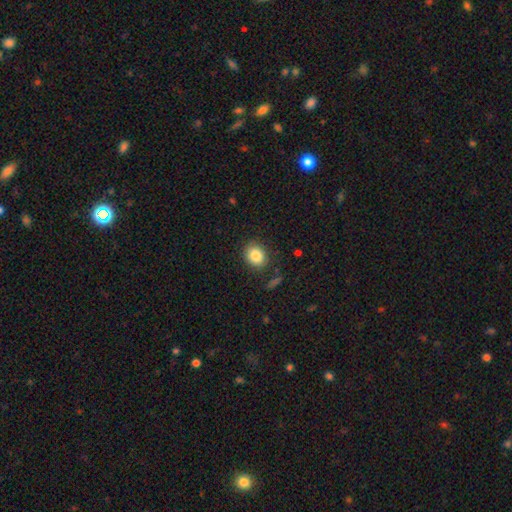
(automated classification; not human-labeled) The model was most divided on "how rounded": round: 56%, in between: 43%, cigar-shaped: 1%. More confident: merging — none (85%); smooth or featured — smooth (84%).